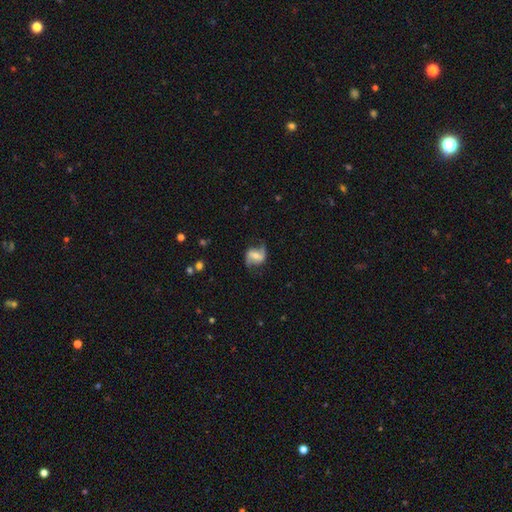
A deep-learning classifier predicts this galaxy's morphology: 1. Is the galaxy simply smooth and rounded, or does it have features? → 74% featured or disk, 19% smooth, 7% star or artifact.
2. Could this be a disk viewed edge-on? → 96% no, 4% yes.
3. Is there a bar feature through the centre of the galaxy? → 44% strong, 37% weak, 19% no.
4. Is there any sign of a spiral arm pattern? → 91% yes, 9% no.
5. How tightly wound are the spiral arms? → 58% loose, 32% medium, 10% tight.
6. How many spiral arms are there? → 90% 2, 4% can't tell, 3% 1, 1% 3, 1% 4, 1% more than 4.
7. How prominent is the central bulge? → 41% small, 39% moderate, 12% none, 7% large, 2% dominant.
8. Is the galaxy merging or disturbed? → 70% none, 18% minor disturbance, 10% major disturbance, 2% merger.